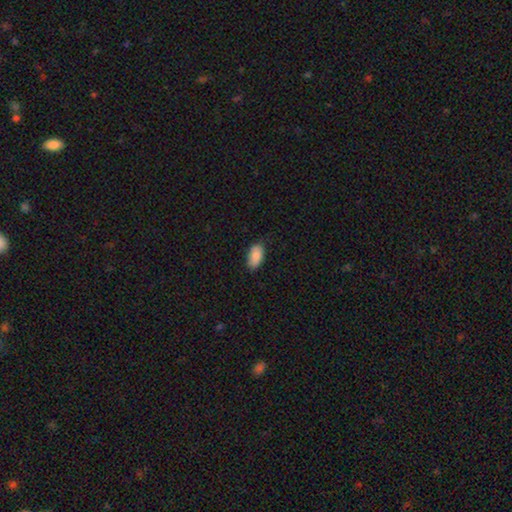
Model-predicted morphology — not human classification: Q: Smooth or featured?
A: smooth (87%); runner-up: star or artifact (7%)
Q: How rounded?
A: in between (94%); runner-up: round (3%)
Q: Merging?
A: none (82%); runner-up: minor disturbance (15%)